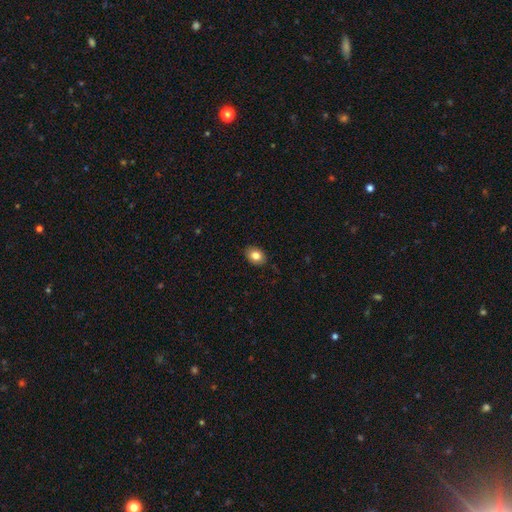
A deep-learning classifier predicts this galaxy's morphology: A smooth galaxy with no disk features (83%) that is in between round and cigar-shaped (68%). Merging: none (87%).